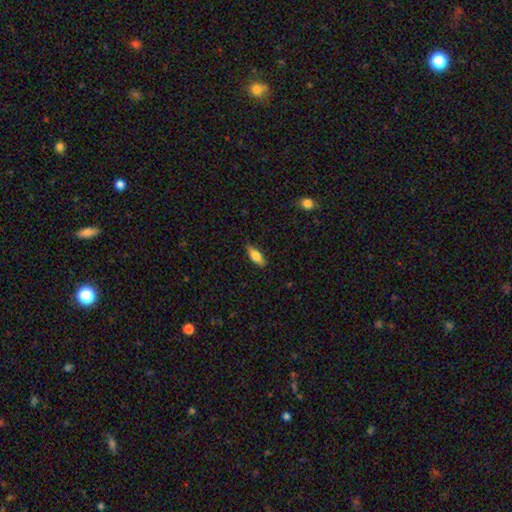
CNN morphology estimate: Smooth or featured? Predicted: smooth (p=0.74). How rounded? Predicted: in between (p=0.74). Merging? Predicted: none (p=0.83).